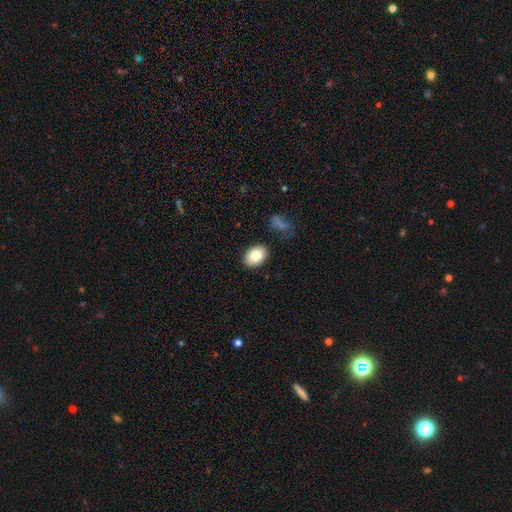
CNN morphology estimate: smooth 82%, featured or disk 11%, star or artifact 7%. Down the decision tree: how rounded — in between (83%); merging — none (87%).